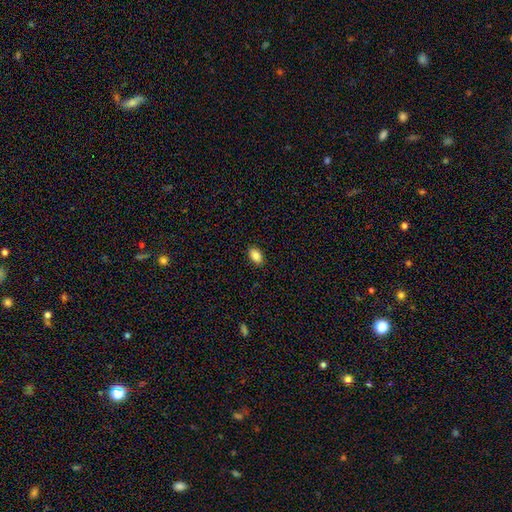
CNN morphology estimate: Q: Smooth or featured?
A: smooth (87%); runner-up: star or artifact (8%)
Q: How rounded?
A: in between (89%); runner-up: round (10%)
Q: Merging?
A: none (88%); runner-up: minor disturbance (9%)